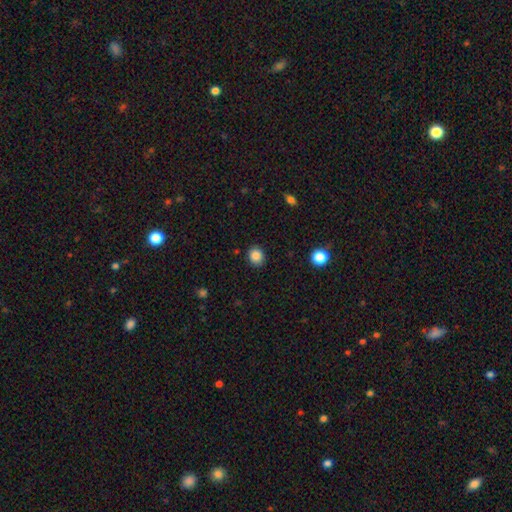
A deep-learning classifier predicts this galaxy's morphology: Smooth or featured?
  - smooth: 86% *
  - star or artifact: 10%
  - featured or disk: 4%
How rounded?
  - round: 75% *
  - in between: 24%
  - cigar-shaped: 1%
Merging?
  - none: 89% *
  - minor disturbance: 7%
  - major disturbance: 2%
  - merger: 1%